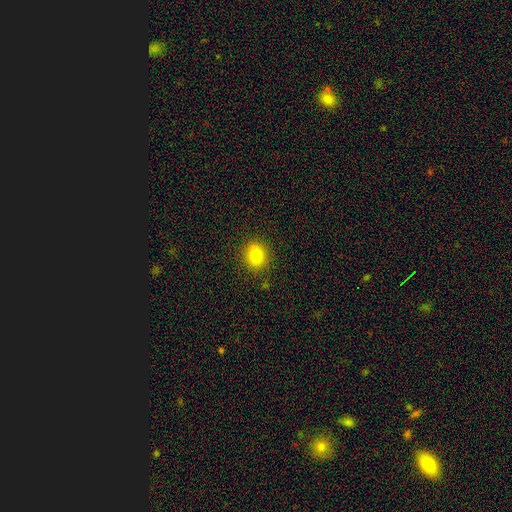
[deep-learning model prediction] Smooth or featured?
  - smooth: 81% *
  - star or artifact: 11%
  - featured or disk: 8%
How rounded?
  - round: 73% *
  - in between: 26%
  - cigar-shaped: 1%
Merging?
  - none: 88% *
  - minor disturbance: 8%
  - major disturbance: 2%
  - merger: 1%